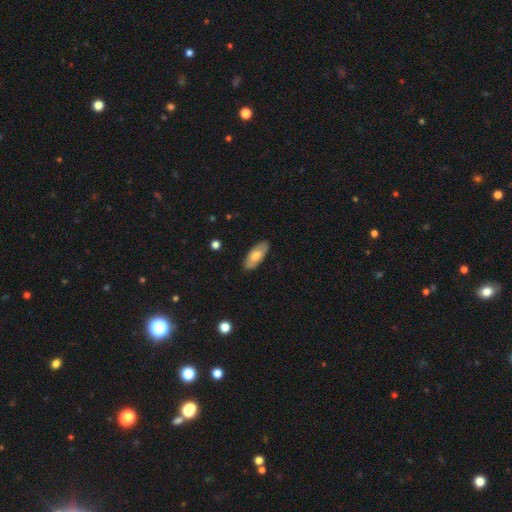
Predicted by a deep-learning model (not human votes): The model was most divided on "smooth or featured": smooth: 65%, featured or disk: 30%, star or artifact: 6%. More confident: merging — none (86%); how rounded — in between (85%).